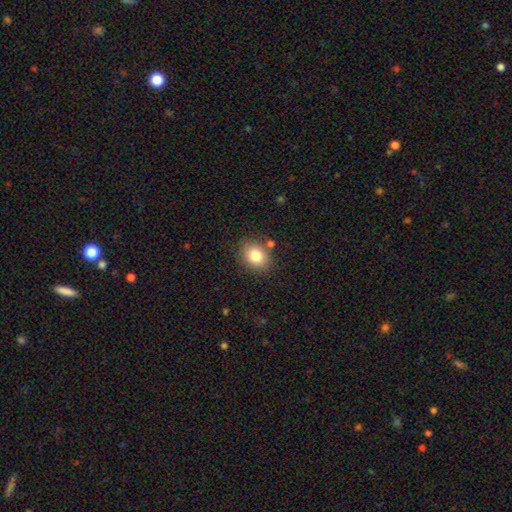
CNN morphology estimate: Smooth or featured? Predicted: smooth (p=0.81). How rounded? Predicted: round (p=0.52). Merging? Predicted: none (p=0.80).